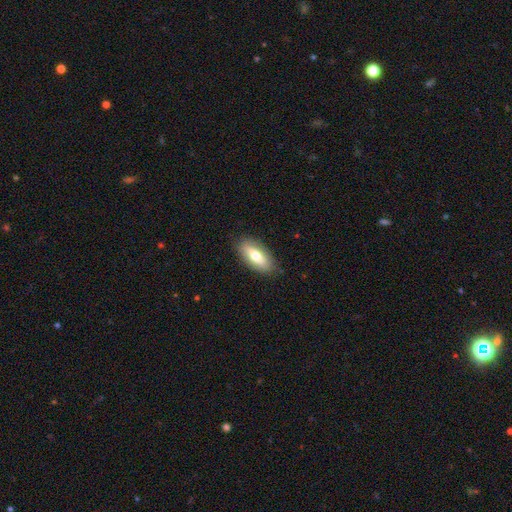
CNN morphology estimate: Smooth or featured?
  - smooth: 66% *
  - featured or disk: 28%
  - star or artifact: 6%
How rounded?
  - in between: 82% *
  - cigar-shaped: 16%
  - round: 3%
Merging?
  - none: 86% *
  - minor disturbance: 11%
  - major disturbance: 3%
  - merger: 1%